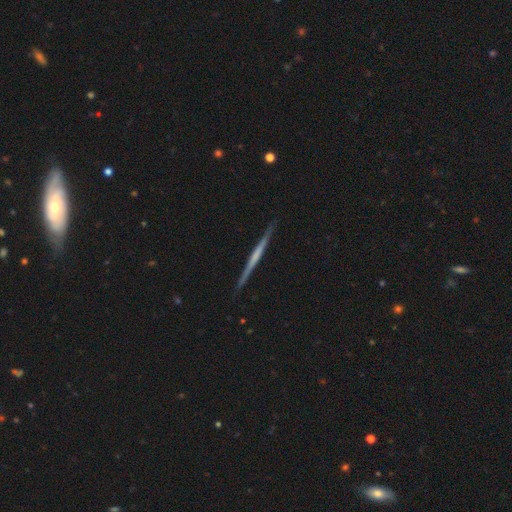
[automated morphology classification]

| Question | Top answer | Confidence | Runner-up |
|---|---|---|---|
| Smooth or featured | featured or disk | 66% | smooth (29%) |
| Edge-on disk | yes | 98% | no (2%) |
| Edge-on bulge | none | 79% | rounded (12%) |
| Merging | none | 91% | minor disturbance (7%) |